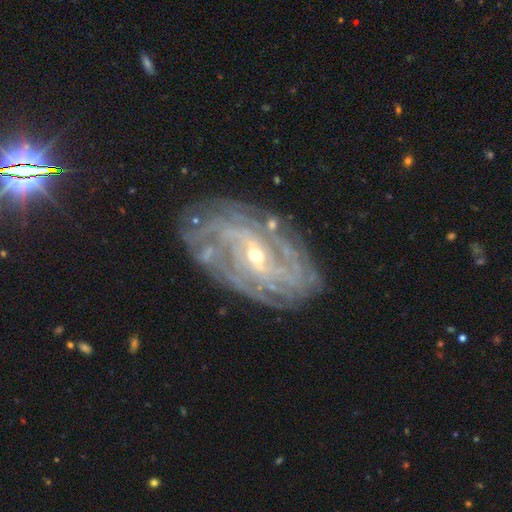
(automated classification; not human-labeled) The model was most divided on "bar": weak: 42%, no: 32%, strong: 25%. Remaining: spiral arms — yes (95%); edge-on disk — no (95%); smooth or featured — featured or disk (88%); merging — none (78%); bulge size — small (68%); spiral winding — tight (67%); spiral arm count — can't tell (34%).